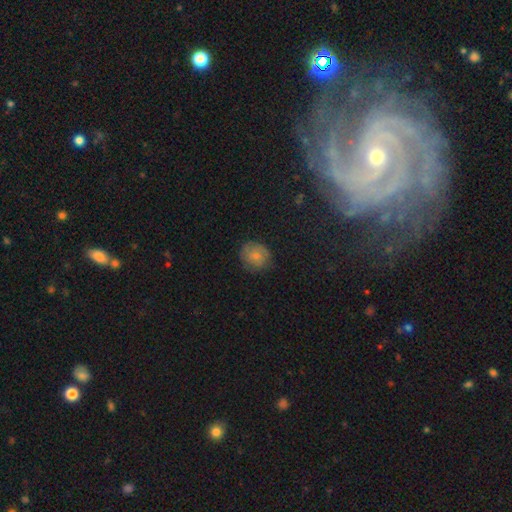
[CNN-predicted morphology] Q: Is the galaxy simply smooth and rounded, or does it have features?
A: smooth — 67%.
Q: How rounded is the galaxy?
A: round — 83%.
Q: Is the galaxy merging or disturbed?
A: none — 74%.